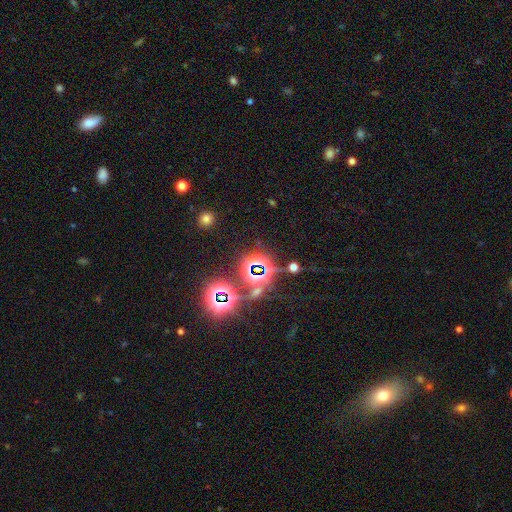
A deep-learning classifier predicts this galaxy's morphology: type=star or artifact (77%).